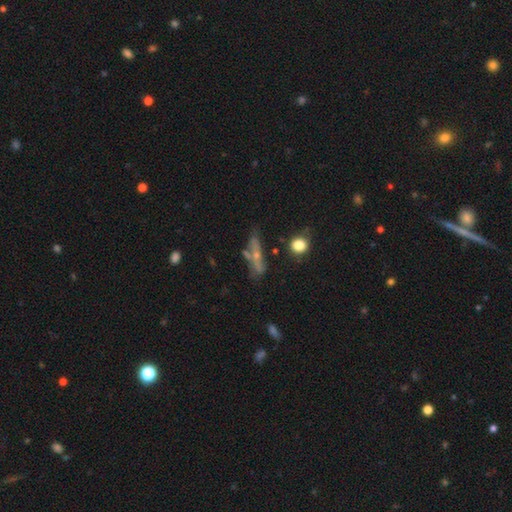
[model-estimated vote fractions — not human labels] Smooth or featured? featured or disk (51%)
Edge-on disk? yes (52%)
Merging? none (50%)